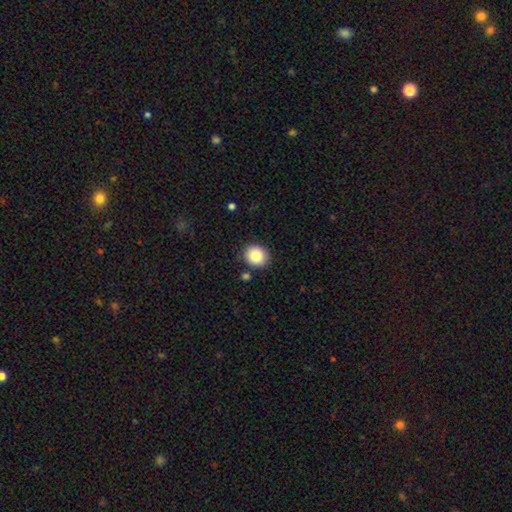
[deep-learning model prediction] A smooth galaxy with no disk features (84%) that is round (84%). Merging: none (88%).